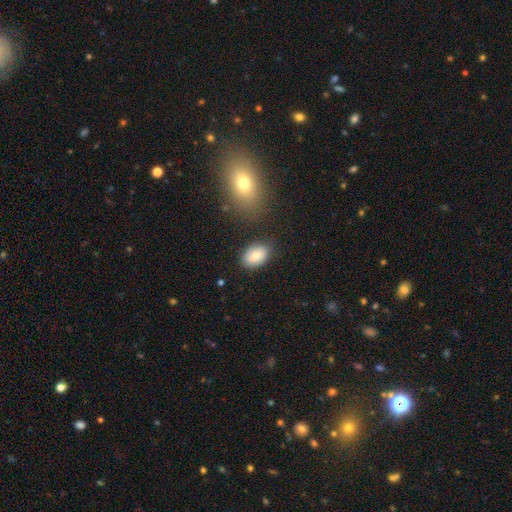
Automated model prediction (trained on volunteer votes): Smooth or featured: smooth — 74% (featured or disk — 18%)
How rounded: in between — 86% (round — 13%)
Merging: none — 70% (minor disturbance — 17%)